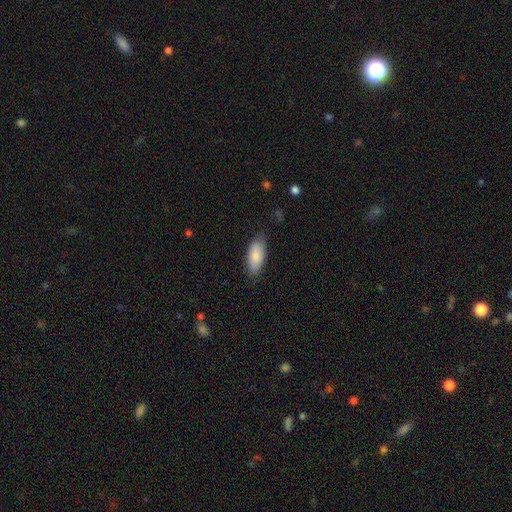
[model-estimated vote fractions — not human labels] Q: Smooth or featured?
A: smooth (85%); runner-up: featured or disk (9%)
Q: How rounded?
A: in between (87%); runner-up: cigar-shaped (11%)
Q: Merging?
A: none (80%); runner-up: minor disturbance (16%)